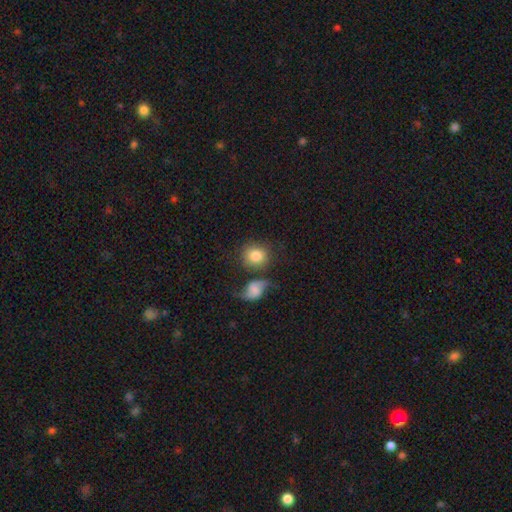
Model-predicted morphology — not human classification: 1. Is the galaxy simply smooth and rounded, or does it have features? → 80% smooth, 13% featured or disk, 7% star or artifact.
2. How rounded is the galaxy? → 81% round, 18% in between, 1% cigar-shaped.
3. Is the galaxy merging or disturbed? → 59% none, 21% merger, 13% minor disturbance, 7% major disturbance.